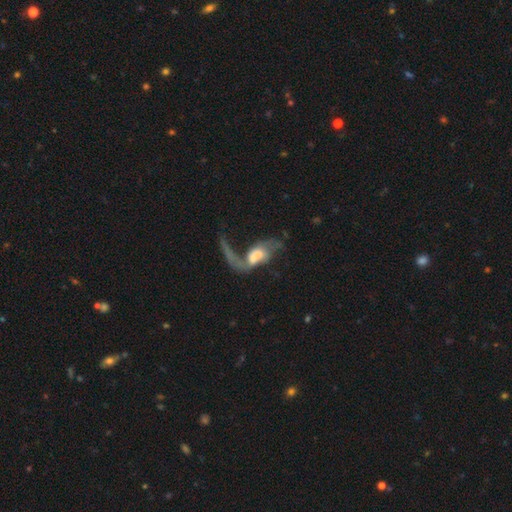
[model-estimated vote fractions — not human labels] Smooth or featured?
  - featured or disk: 64% *
  - smooth: 28%
  - star or artifact: 8%
Edge-on disk?
  - no: 94% *
  - yes: 6%
Bar?
  - no: 55% *
  - weak: 33%
  - strong: 12%
Spiral arms?
  - yes: 74% *
  - no: 26%
Bulge size?
  - large: 31% * (tied)
  - moderate: 31% * (tied)
  - small: 15%
  - none: 15%
  - dominant: 8%
Merging?
  - major disturbance: 48% *
  - merger: 23%
  - none: 19%
  - minor disturbance: 10%